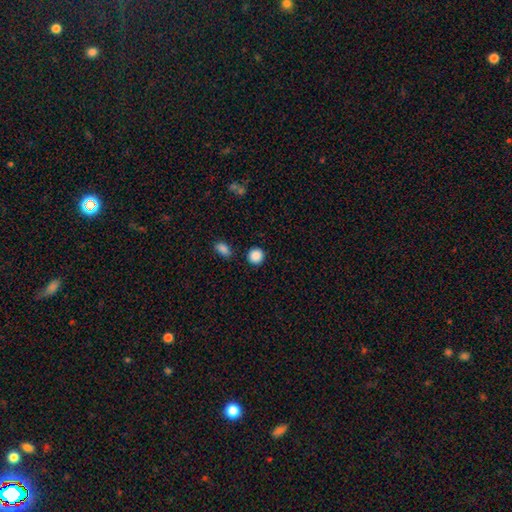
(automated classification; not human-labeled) A smooth galaxy with no disk features (88%) that is round (91%). Merging: none (88%).